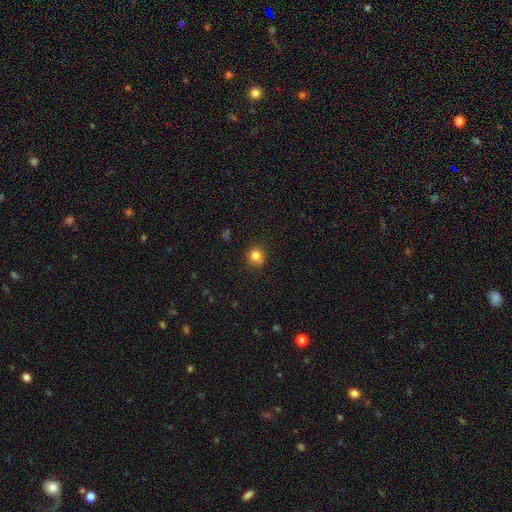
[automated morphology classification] The model was most divided on "smooth or featured": smooth: 83%, star or artifact: 12%, featured or disk: 6%. More confident: how rounded — round (90%); merging — none (86%).